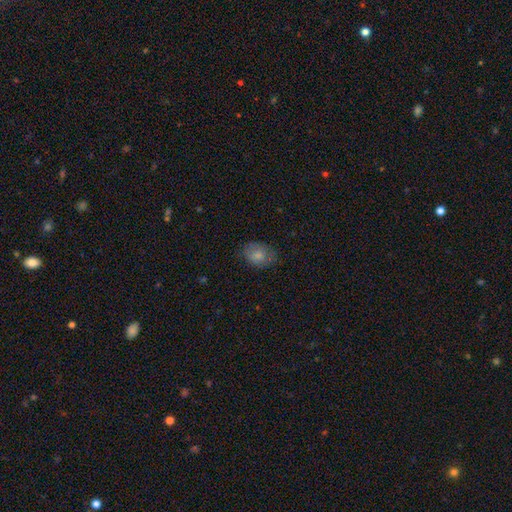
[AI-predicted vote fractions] This is likely a smooth galaxy (65%). How rounded: likely in between (64%). Merging: likely none (78%).